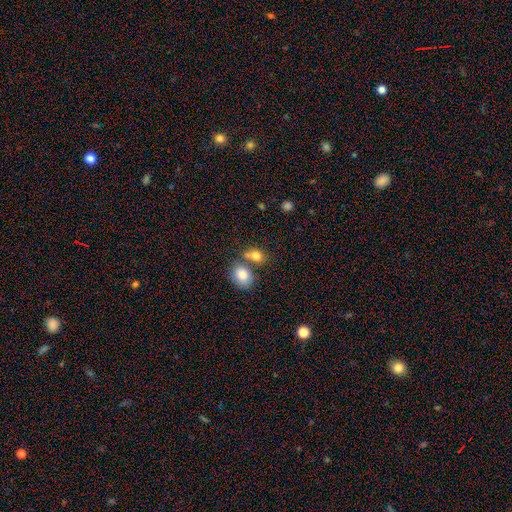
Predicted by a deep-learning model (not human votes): A smooth galaxy with no disk features (79%) that is in between round and cigar-shaped (56%).

Vote fractions:
- Smooth or featured? smooth: 79% / featured or disk: 11% / star or artifact: 10%
- How rounded? in between: 56% / round: 42% / cigar-shaped: 2%
- Merging? merger: 45% / none: 41% / minor disturbance: 10% / major disturbance: 4%